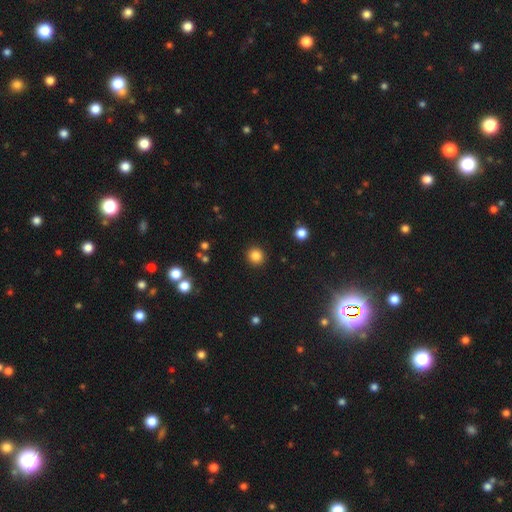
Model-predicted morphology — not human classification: Q: Smooth or featured?
A: smooth (85%); runner-up: star or artifact (11%)
Q: How rounded?
A: round (91%); runner-up: in between (8%)
Q: Merging?
A: none (92%); runner-up: minor disturbance (5%)